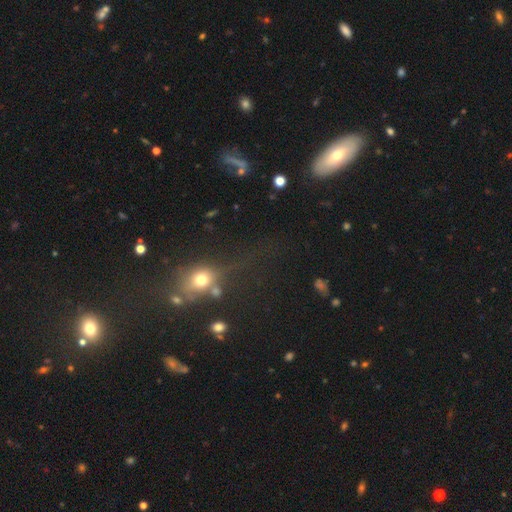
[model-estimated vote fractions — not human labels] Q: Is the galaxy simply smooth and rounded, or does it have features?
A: smooth — 45%.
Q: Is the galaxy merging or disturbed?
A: none — 56%.